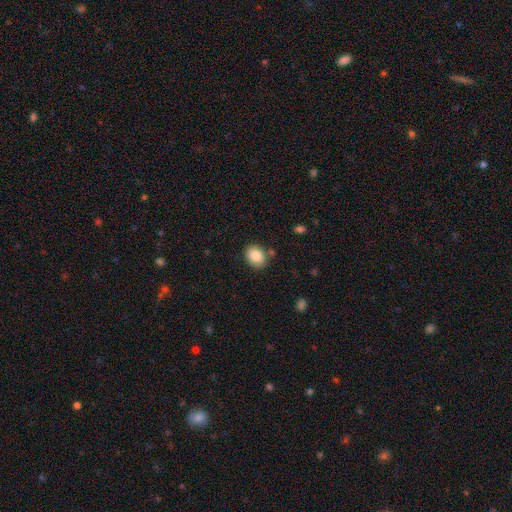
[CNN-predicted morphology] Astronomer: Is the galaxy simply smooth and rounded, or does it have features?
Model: smooth — 86%.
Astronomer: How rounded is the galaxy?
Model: in between — 58% (runner-up: round, 41%).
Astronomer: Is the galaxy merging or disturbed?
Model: none — 82%.